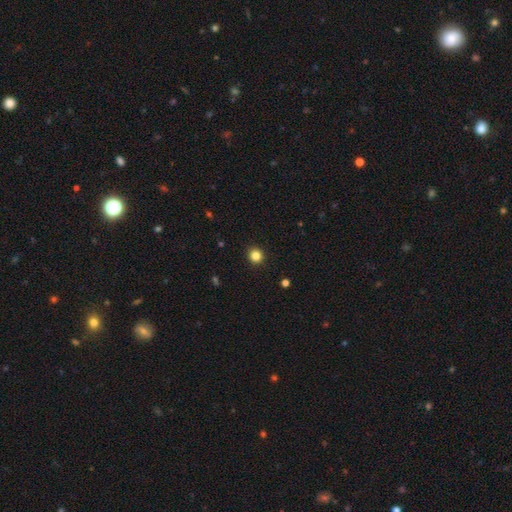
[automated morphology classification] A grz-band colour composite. It shows a smooth galaxy with no disk features (84%) that is round (93%). Merging: none (93%).